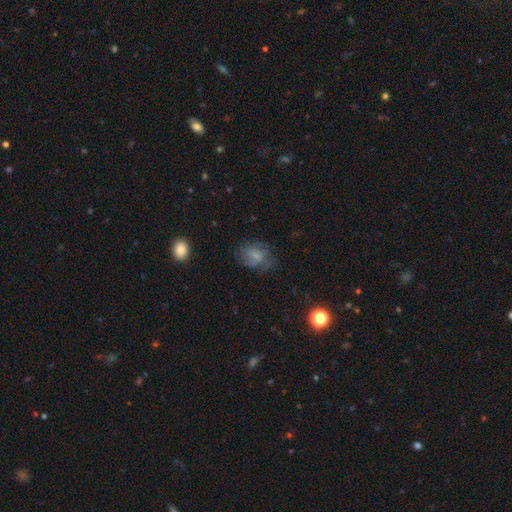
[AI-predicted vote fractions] smooth 53%, featured or disk 35%, star or artifact 12%. Down the decision tree: how rounded — in between (63%); merging — none (54%).